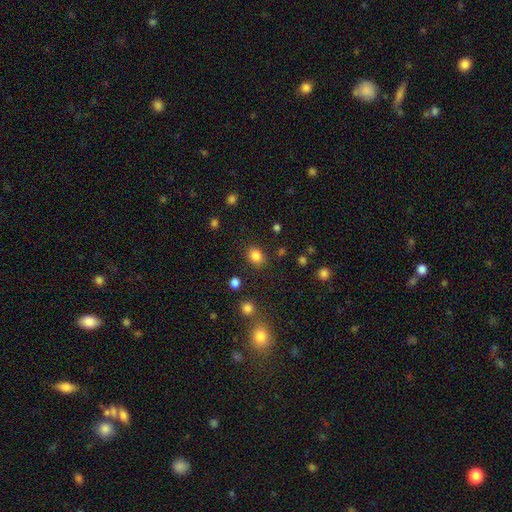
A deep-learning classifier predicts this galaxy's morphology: Smooth or featured: smooth — 84% (star or artifact — 12%)
How rounded: round — 53% (in between — 46%)
Merging: none — 83% (minor disturbance — 10%)